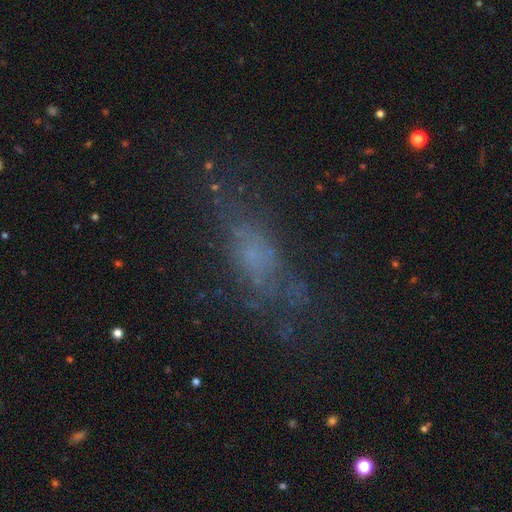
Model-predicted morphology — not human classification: type=featured or disk (40%); merging=none (57%).